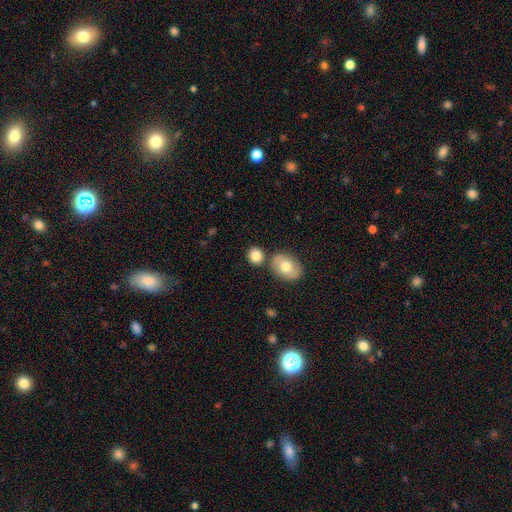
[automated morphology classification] smooth_or_featured: smooth (p=0.82) [alt: featured or disk p=0.10]
how_rounded: round (p=0.70) [alt: in between p=0.29]
merging: none (p=0.69) [alt: merger p=0.17]